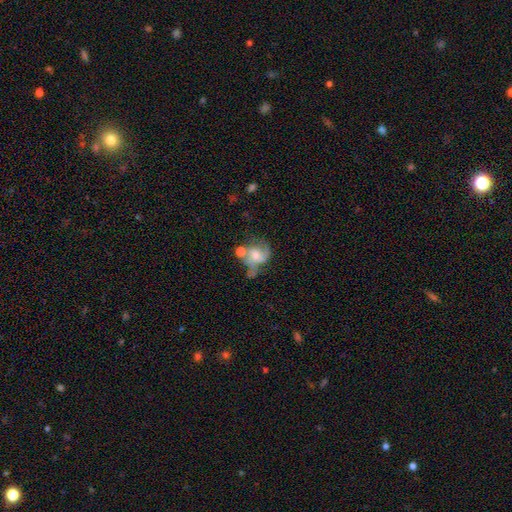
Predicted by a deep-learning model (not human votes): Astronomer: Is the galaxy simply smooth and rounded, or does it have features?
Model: featured or disk — 56% (runner-up: smooth, 35%).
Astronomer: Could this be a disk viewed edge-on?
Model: no — 97%.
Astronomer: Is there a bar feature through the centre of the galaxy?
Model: no — 66%.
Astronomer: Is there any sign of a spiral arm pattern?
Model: yes — 76%.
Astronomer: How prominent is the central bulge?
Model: moderate — 49% (runner-up: small, 32%).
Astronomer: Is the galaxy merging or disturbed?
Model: merger — 28% (runner-up: none, 27%).